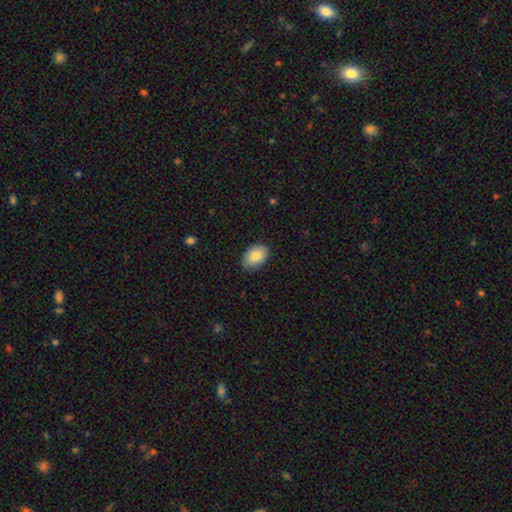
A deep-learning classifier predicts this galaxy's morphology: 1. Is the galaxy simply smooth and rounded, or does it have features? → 84% smooth, 9% featured or disk, 7% star or artifact.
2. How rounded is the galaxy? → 87% in between, 12% round, 1% cigar-shaped.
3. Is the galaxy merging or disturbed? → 85% none, 12% minor disturbance, 2% major disturbance, 1% merger.